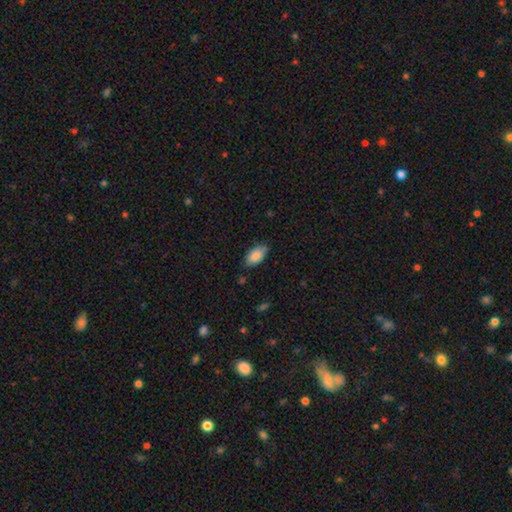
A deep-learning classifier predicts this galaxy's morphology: smooth 85%, featured or disk 8%, star or artifact 6%. Down the decision tree: how rounded — in between (94%); merging — none (82%).